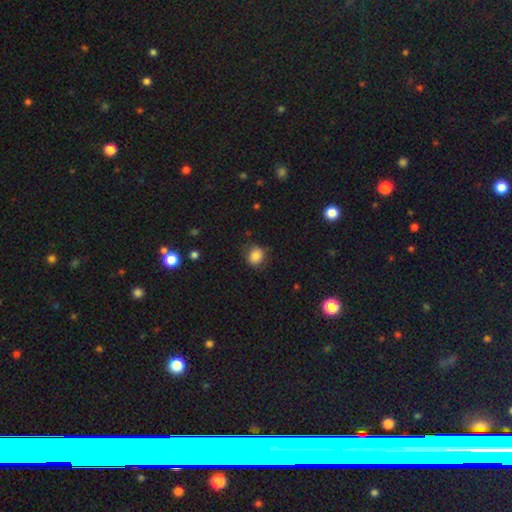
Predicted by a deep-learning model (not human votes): This is clearly a smooth galaxy (85%). How rounded: likely round (73%). Merging: likely none (78%).